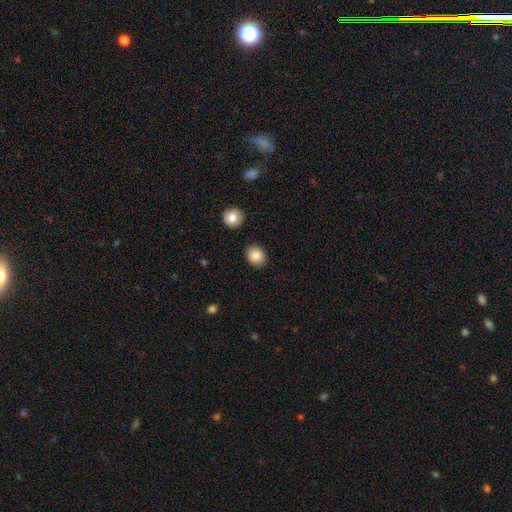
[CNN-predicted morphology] A smooth galaxy with no disk features (87%) that is round (67%).

Vote fractions:
- Smooth or featured? smooth: 87% / star or artifact: 8% / featured or disk: 5%
- How rounded? round: 67% / in between: 32% / cigar-shaped: 1%
- Merging? none: 87% / minor disturbance: 9% / major disturbance: 2% / merger: 2%